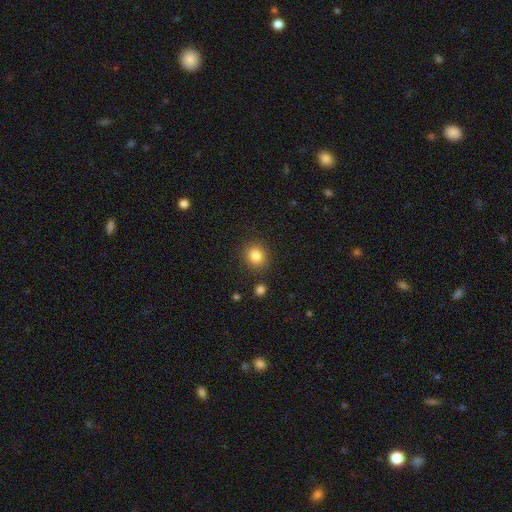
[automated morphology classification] A smooth galaxy with no disk features (84%) that is round (78%).

Vote fractions:
- Smooth or featured? smooth: 84% / star or artifact: 10% / featured or disk: 5%
- How rounded? round: 78% / in between: 21% / cigar-shaped: 1%
- Merging? none: 86% / minor disturbance: 8% / major disturbance: 3% / merger: 3%